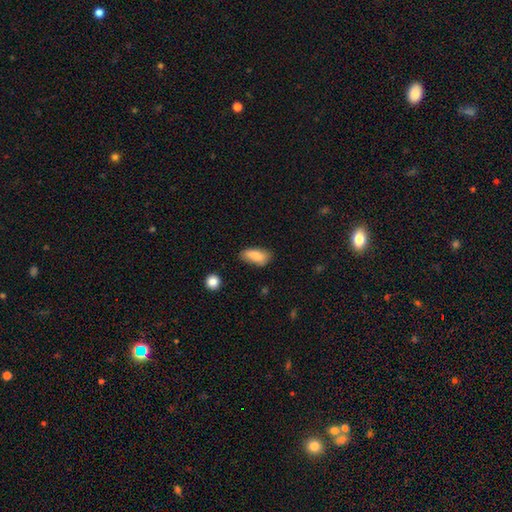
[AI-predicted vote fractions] Overall: smooth (84%). How rounded: in between (85%). Merging: none (68%).